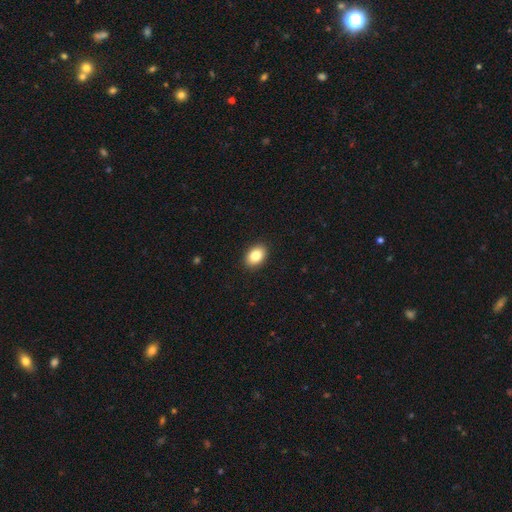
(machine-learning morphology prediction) A smooth galaxy with no disk features (85%) that is in between round and cigar-shaped (80%).

Vote fractions:
- Smooth or featured? smooth: 85% / star or artifact: 8% / featured or disk: 7%
- How rounded? in between: 80% / round: 18% / cigar-shaped: 1%
- Merging? none: 91% / minor disturbance: 7% / major disturbance: 2% / merger: 1%